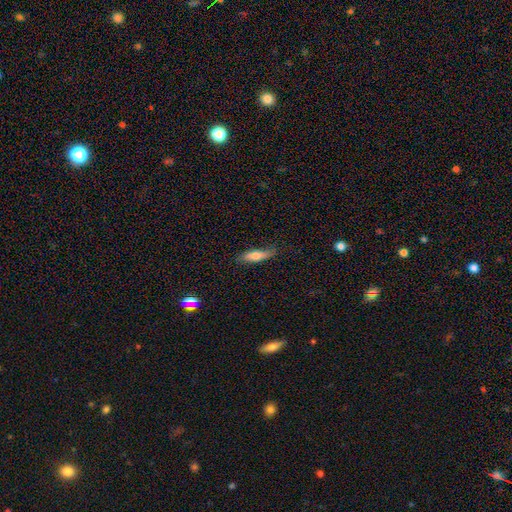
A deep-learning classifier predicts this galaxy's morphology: A smooth galaxy with no disk features (68%) that is cigar-shaped (60%).

Vote fractions:
- Smooth or featured? smooth: 68% / featured or disk: 26% / star or artifact: 7%
- How rounded? cigar-shaped: 60% / in between: 37% / round: 2%
- Merging? none: 77% / minor disturbance: 19% / major disturbance: 3% / merger: 1%